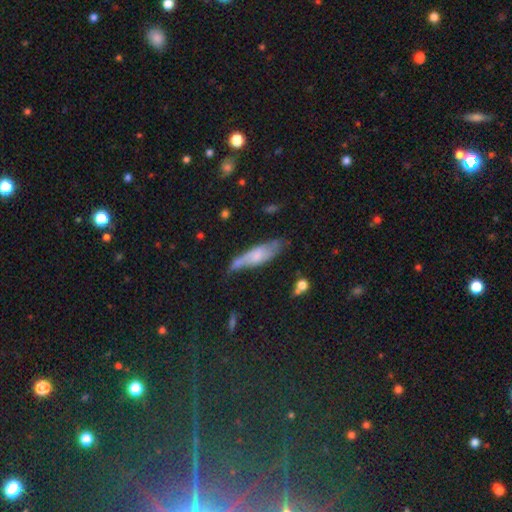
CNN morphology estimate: smooth_or_featured: smooth (p=0.52) [alt: featured or disk p=0.39]
how_rounded: cigar-shaped (p=0.55) [alt: in between p=0.43]
merging: none (p=0.51) [alt: minor disturbance p=0.31]